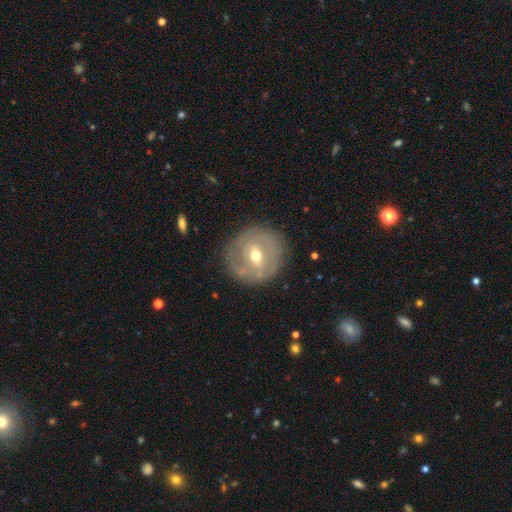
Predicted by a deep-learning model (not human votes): The model was most divided on "bar": weak: 48%, no: 31%, strong: 21%. More confident: edge-on disk — no (94%); merging — none (81%); smooth or featured — featured or disk (62%); bulge size — moderate (62%); spiral arms — no (59%).